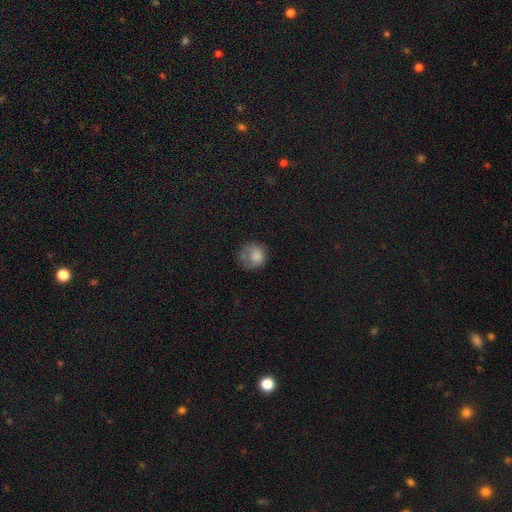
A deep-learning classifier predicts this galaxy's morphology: Smooth or featured?
  - smooth: 72% *
  - featured or disk: 18%
  - star or artifact: 10%
How rounded?
  - round: 77% *
  - in between: 22%
  - cigar-shaped: 1%
Merging?
  - none: 44% *
  - minor disturbance: 27%
  - major disturbance: 24%
  - merger: 5%